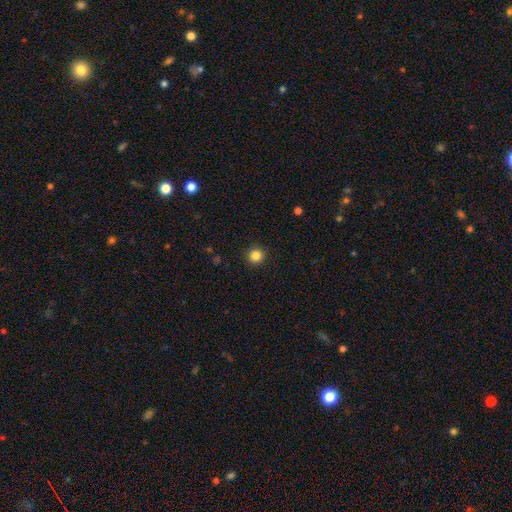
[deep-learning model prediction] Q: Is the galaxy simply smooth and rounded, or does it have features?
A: smooth — 85%.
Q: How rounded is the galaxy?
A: round — 95%.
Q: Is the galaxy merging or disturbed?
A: none — 92%.